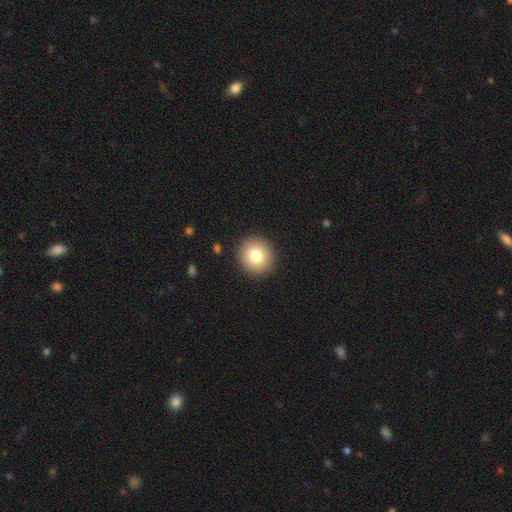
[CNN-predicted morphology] Overall: smooth (80%). How rounded: round (91%). Merging: none (91%).